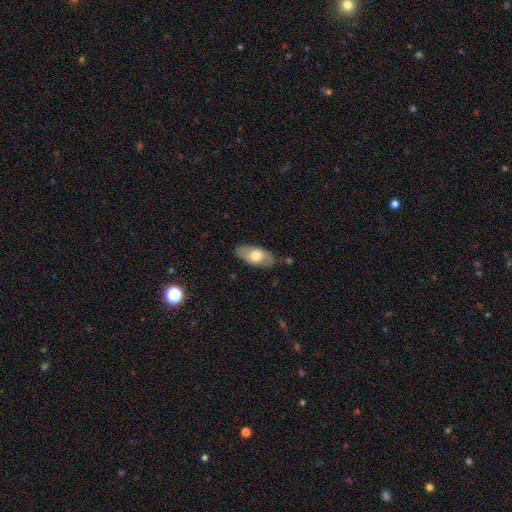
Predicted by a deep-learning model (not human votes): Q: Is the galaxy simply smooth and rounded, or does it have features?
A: smooth — 61%.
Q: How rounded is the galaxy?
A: in between — 91%.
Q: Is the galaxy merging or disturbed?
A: none — 79%.